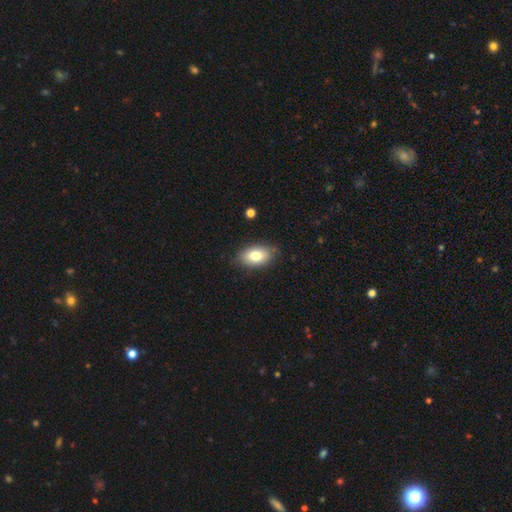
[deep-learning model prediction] This is likely a smooth galaxy (78%). How rounded: clearly in between (90%). Merging: clearly none (83%).